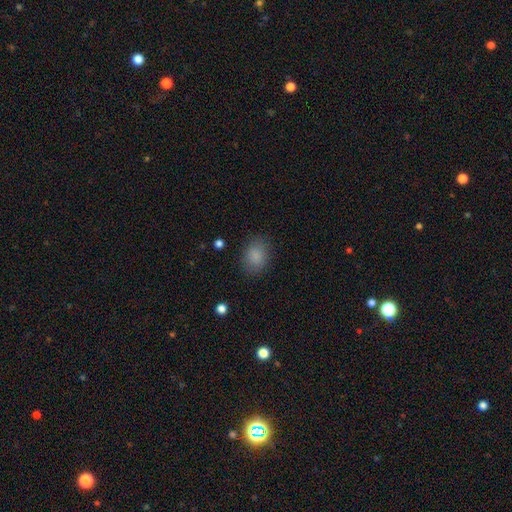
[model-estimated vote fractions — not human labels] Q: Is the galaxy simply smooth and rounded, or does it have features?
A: smooth — 86%.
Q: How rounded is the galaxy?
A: in between — 62%.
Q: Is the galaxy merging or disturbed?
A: none — 83%.